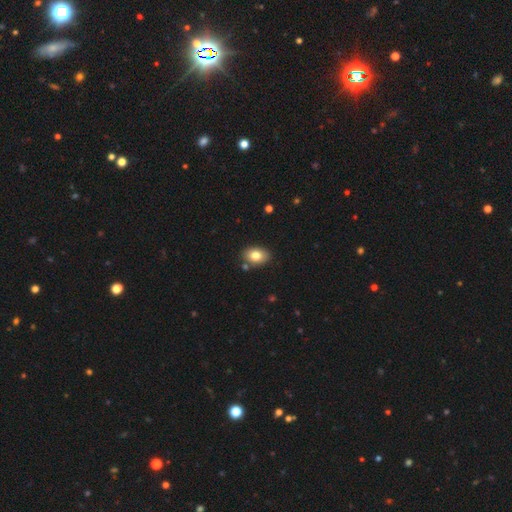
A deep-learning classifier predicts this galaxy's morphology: Smooth or featured?
  - smooth: 81% *
  - featured or disk: 11%
  - star or artifact: 8%
How rounded?
  - in between: 82% *
  - round: 17%
  - cigar-shaped: 1%
Merging?
  - none: 83% *
  - minor disturbance: 10%
  - merger: 4%
  - major disturbance: 2%